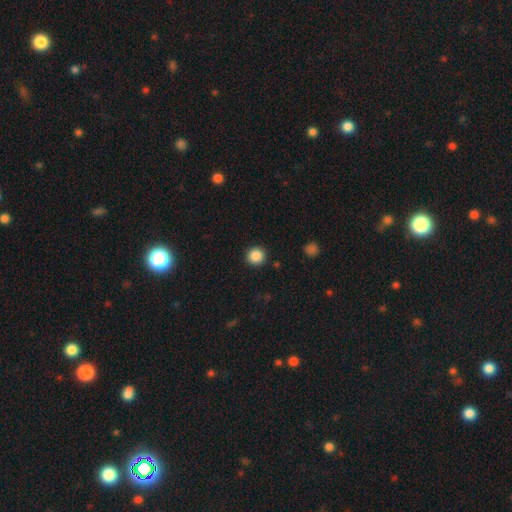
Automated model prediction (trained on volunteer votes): Q: Smooth or featured?
A: smooth (87%); runner-up: star or artifact (10%)
Q: How rounded?
A: round (95%); runner-up: in between (5%)
Q: Merging?
A: none (92%); runner-up: minor disturbance (5%)